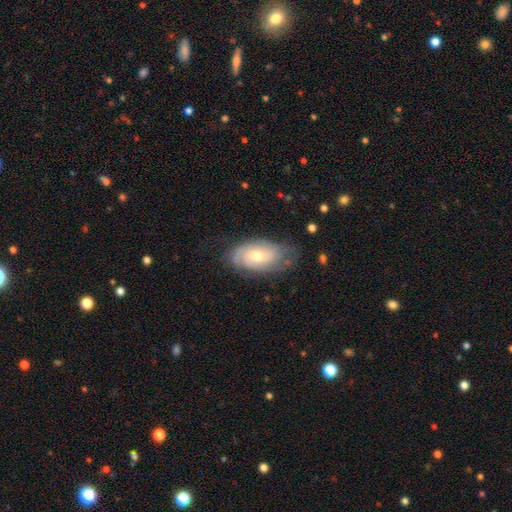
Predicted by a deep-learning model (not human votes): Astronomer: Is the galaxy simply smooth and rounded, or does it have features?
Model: featured or disk — 69%.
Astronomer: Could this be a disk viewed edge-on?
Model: no — 94%.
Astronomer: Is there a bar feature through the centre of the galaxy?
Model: no — 74%.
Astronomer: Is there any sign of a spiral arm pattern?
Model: yes — 89%.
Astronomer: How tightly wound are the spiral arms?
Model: tight — 64%.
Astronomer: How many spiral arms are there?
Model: can't tell — 44% (runner-up: 2, 29%).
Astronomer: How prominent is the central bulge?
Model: moderate — 56% (runner-up: small, 39%).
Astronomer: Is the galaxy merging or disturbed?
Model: none — 70%.